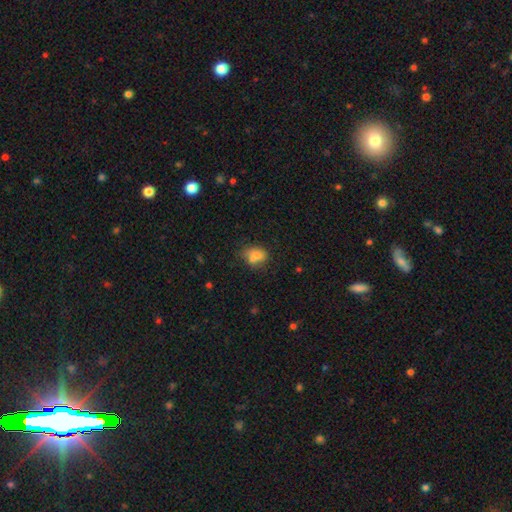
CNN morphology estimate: Overall: smooth (74%). How rounded: in between (65%; round 34%). Merging: none (42%; merger 30%).